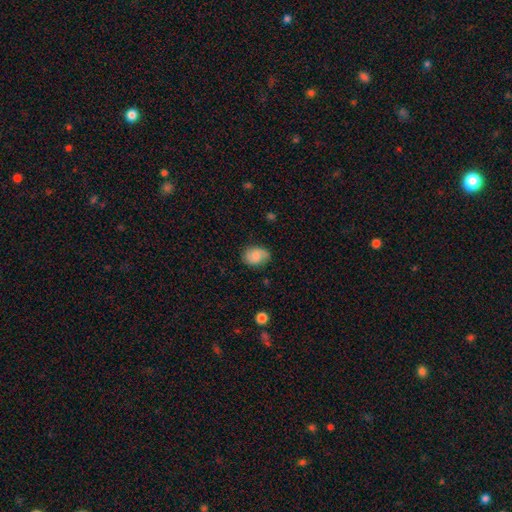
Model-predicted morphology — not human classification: type=smooth (58%); roundness=in between (67%); merging=none (75%).